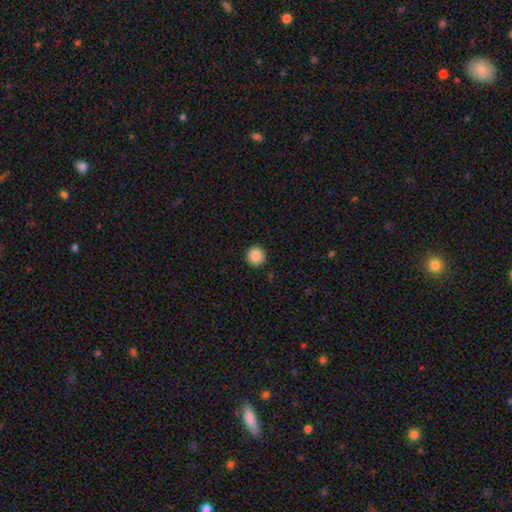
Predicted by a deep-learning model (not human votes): This appears to be a smooth galaxy with no disk features (88%) that is round (93%). Merging: none (92%).